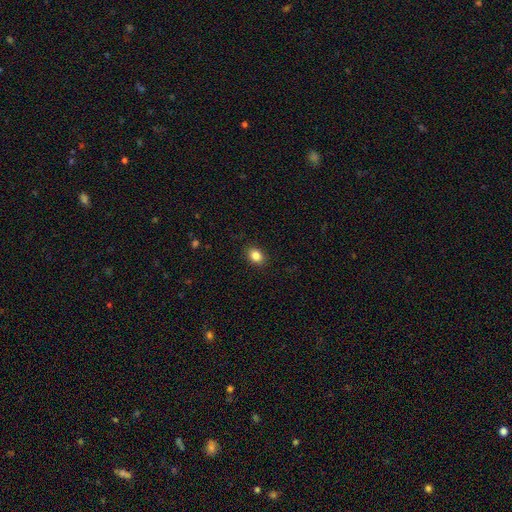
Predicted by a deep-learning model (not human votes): Q: Smooth or featured?
A: smooth (85%); runner-up: star or artifact (10%)
Q: How rounded?
A: in between (64%); runner-up: round (35%)
Q: Merging?
A: none (89%); runner-up: minor disturbance (8%)